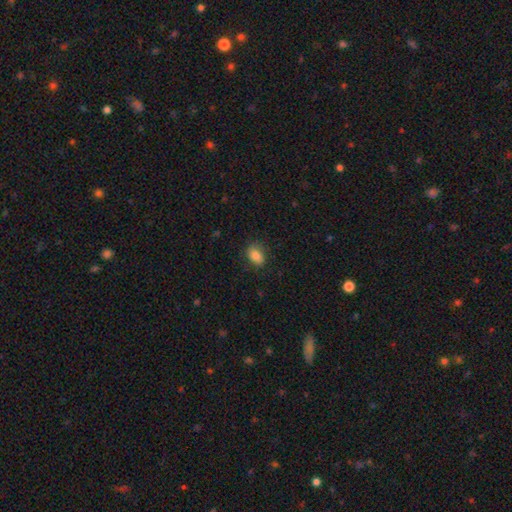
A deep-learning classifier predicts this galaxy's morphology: smooth_or_featured: smooth (p=0.84) [alt: star or artifact p=0.09]
how_rounded: in between (p=0.80) [alt: round p=0.19]
merging: none (p=0.81) [alt: minor disturbance p=0.14]